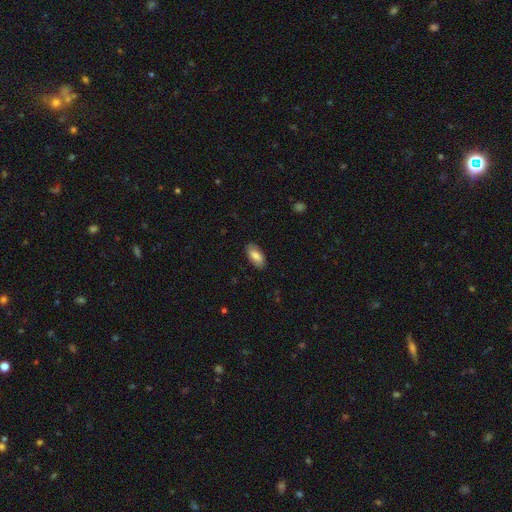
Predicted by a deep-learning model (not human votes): Smooth or featured: smooth — 80% (featured or disk — 14%)
How rounded: in between — 93% (cigar-shaped — 5%)
Merging: none — 87% (minor disturbance — 10%)